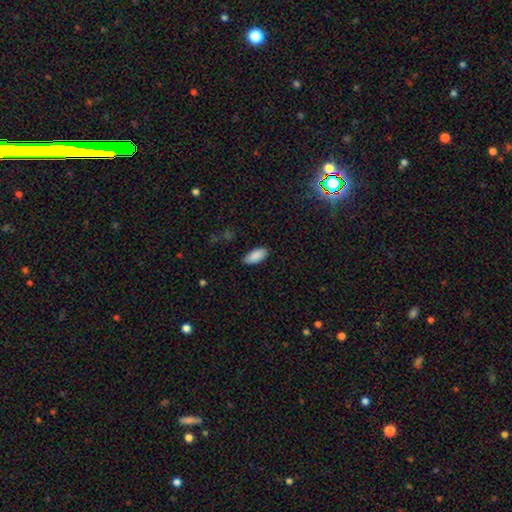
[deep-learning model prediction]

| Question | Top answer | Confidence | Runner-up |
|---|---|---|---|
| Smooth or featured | smooth | 90% | star or artifact (6%) |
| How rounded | in between | 92% | cigar-shaped (7%) |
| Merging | none | 85% | minor disturbance (11%) |